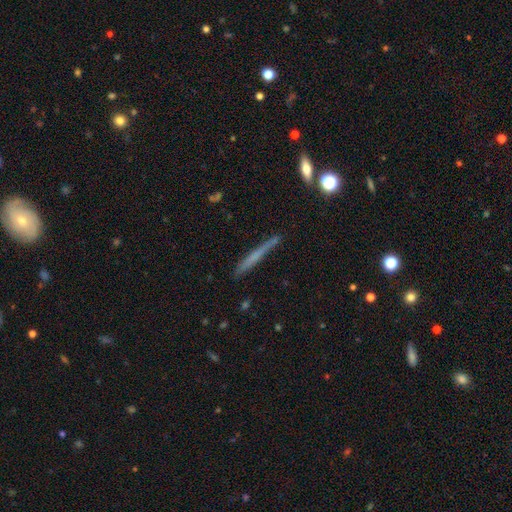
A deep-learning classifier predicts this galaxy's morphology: The model was most divided on "smooth or featured": smooth: 49%, featured or disk: 43%, star or artifact: 8%. More confident: merging — none (83%).